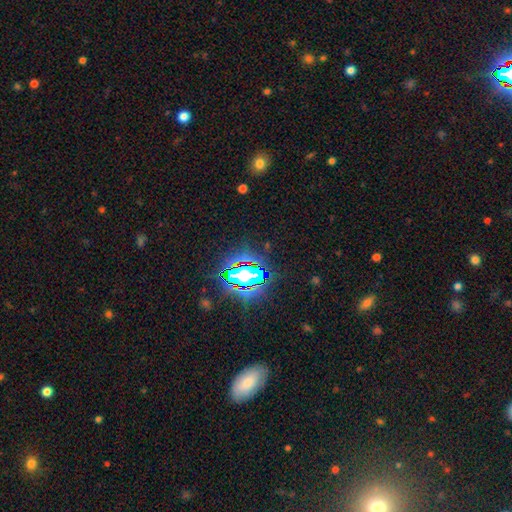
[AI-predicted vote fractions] A star or artifact, not a galaxy (80%).

Vote fractions:
- Smooth or featured? star or artifact: 80% / smooth: 12% / featured or disk: 8%